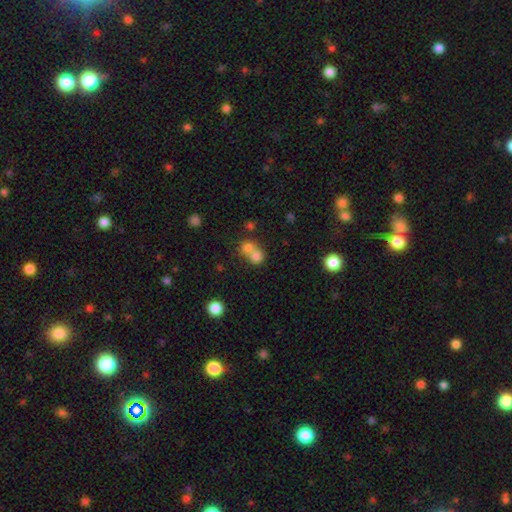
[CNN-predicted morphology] Q: Smooth or featured?
A: smooth (75%); runner-up: star or artifact (13%)
Q: How rounded?
A: round (79%); runner-up: in between (20%)
Q: Merging?
A: merger (59%); runner-up: none (33%)